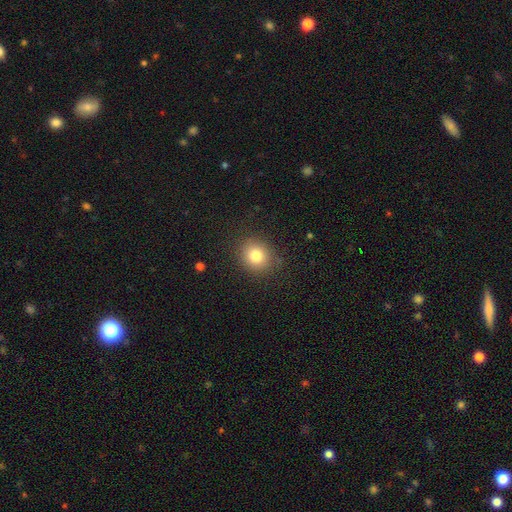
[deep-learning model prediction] Smooth or featured?
  - smooth: 81% *
  - star or artifact: 11%
  - featured or disk: 8%
How rounded?
  - round: 78% *
  - in between: 21%
  - cigar-shaped: 1%
Merging?
  - none: 87% *
  - minor disturbance: 9%
  - major disturbance: 3%
  - merger: 1%